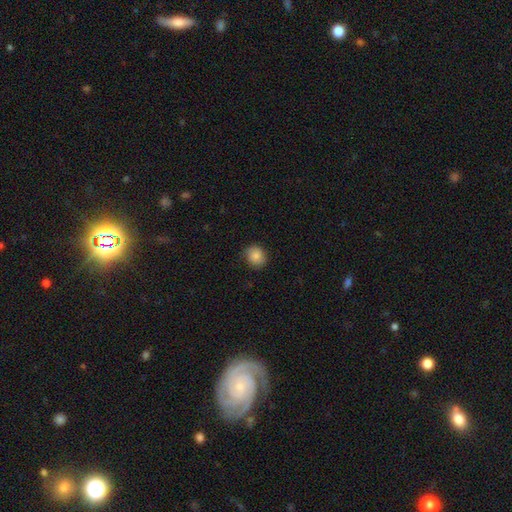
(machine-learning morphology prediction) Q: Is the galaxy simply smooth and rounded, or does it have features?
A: smooth — 87%.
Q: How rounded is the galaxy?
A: round — 73%.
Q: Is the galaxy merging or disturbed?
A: none — 84%.